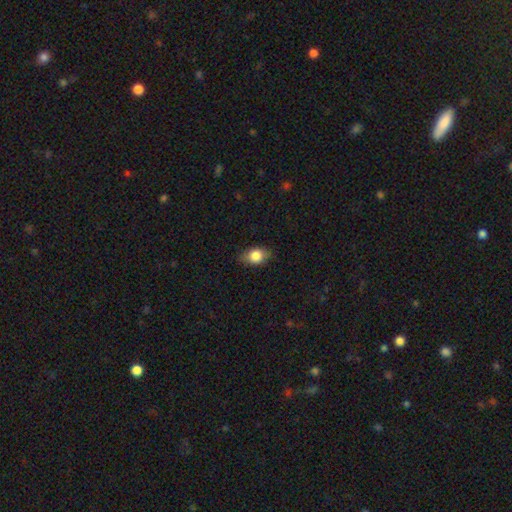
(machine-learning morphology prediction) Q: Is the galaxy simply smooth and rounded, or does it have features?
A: smooth — 81%.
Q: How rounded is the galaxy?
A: in between — 73%.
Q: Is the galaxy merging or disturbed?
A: none — 79%.